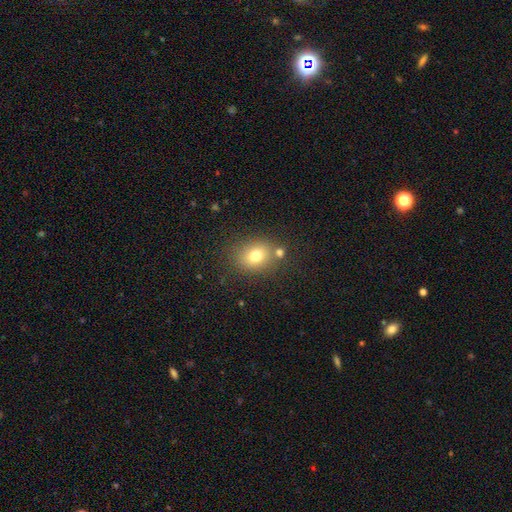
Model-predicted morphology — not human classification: Smooth or featured? Predicted: smooth (p=0.76). How rounded? Predicted: in between (p=0.54). Merging? Predicted: none (p=0.71).